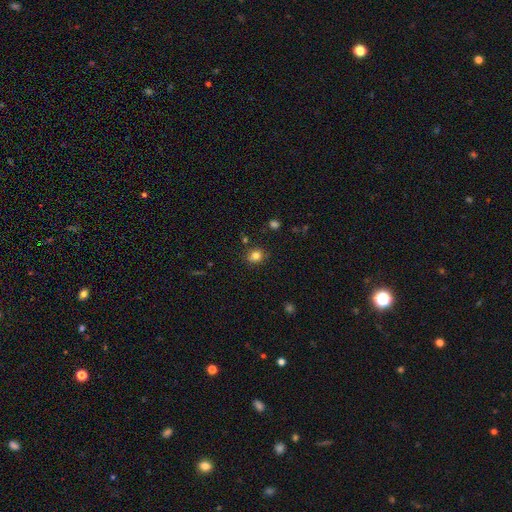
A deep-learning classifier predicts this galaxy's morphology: A smooth galaxy with no disk features (81%) that is round (70%).

Vote fractions:
- Smooth or featured? smooth: 81% / star or artifact: 13% / featured or disk: 6%
- How rounded? round: 70% / in between: 30% / cigar-shaped: 1%
- Merging? none: 81% / minor disturbance: 13% / merger: 3% / major disturbance: 3%